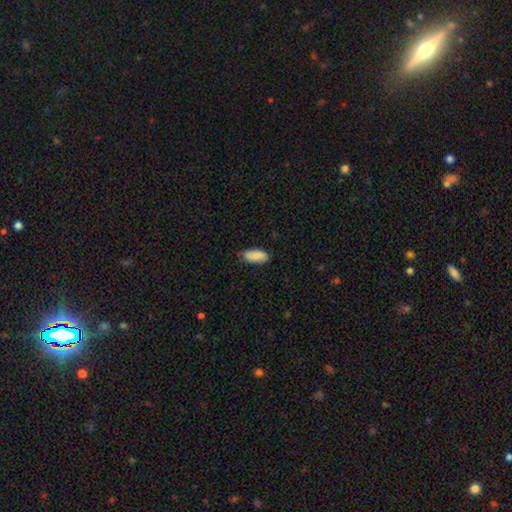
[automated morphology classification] The model was most divided on "merging": none: 73%, minor disturbance: 22%, major disturbance: 3%, merger: 1%. More confident: how rounded — in between (87%); smooth or featured — smooth (85%).